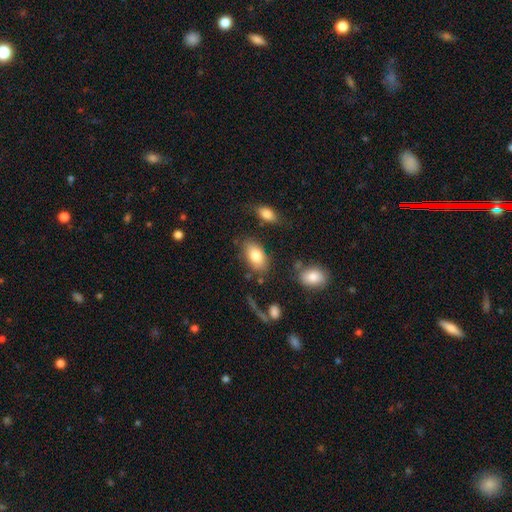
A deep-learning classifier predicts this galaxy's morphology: Smooth or featured? smooth (83%)
How rounded? in between (92%)
Merging? none (77%)